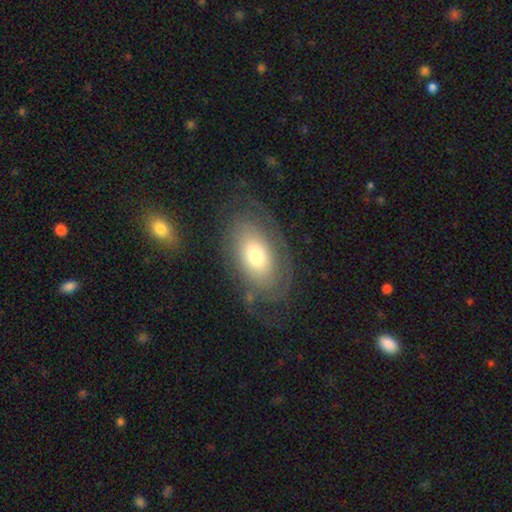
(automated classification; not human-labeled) smooth-or-featured: featured or disk: 51% | smooth: 42% | star or artifact: 8%
  disk-edge-on: no: 91% | yes: 9%
  merging: none: 66% | minor disturbance: 18% | major disturbance: 13% | merger: 3%